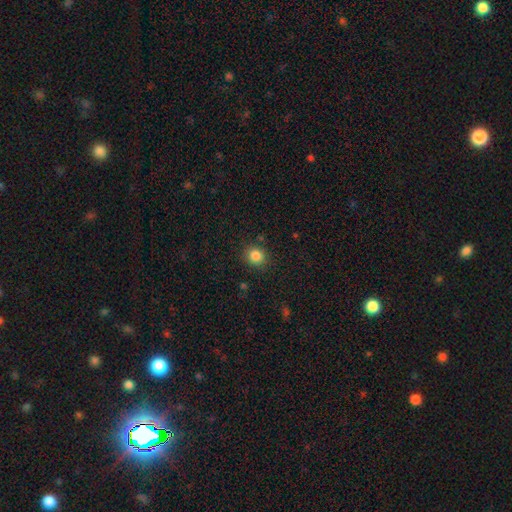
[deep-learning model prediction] Smooth or featured? smooth (85%)
How rounded? round (85%)
Merging? none (88%)